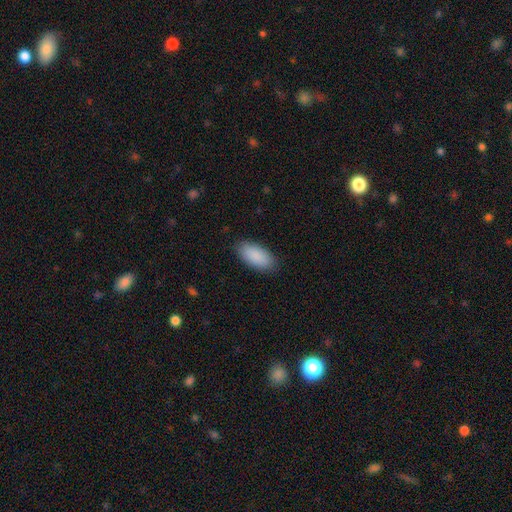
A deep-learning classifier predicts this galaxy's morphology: This appears to be a smooth galaxy with no disk features (90%) that is in between round and cigar-shaped (94%). Merging: none (87%).